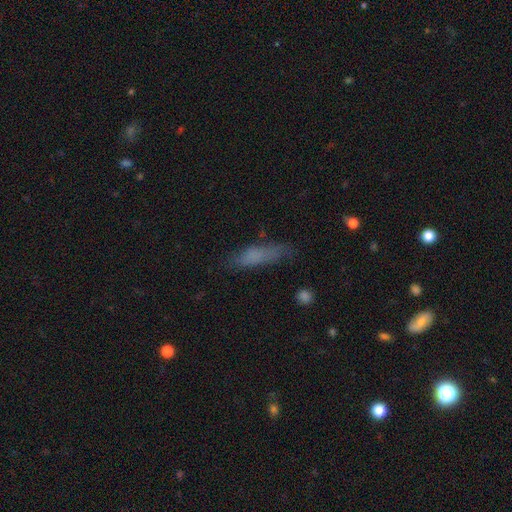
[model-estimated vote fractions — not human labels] Smooth or featured? smooth (71%)
How rounded? cigar-shaped (65%)
Merging? none (63%)